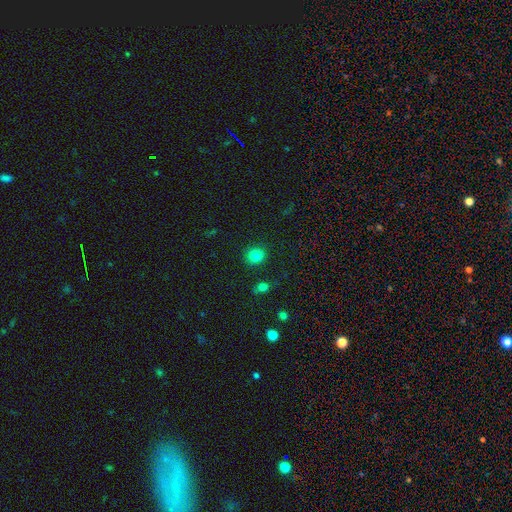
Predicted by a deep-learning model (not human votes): Smooth or featured?
  - smooth: 83% *
  - star or artifact: 12%
  - featured or disk: 6%
How rounded?
  - round: 82% *
  - in between: 18%
  - cigar-shaped: 1%
Merging?
  - none: 89% *
  - minor disturbance: 7%
  - major disturbance: 2%
  - merger: 2%